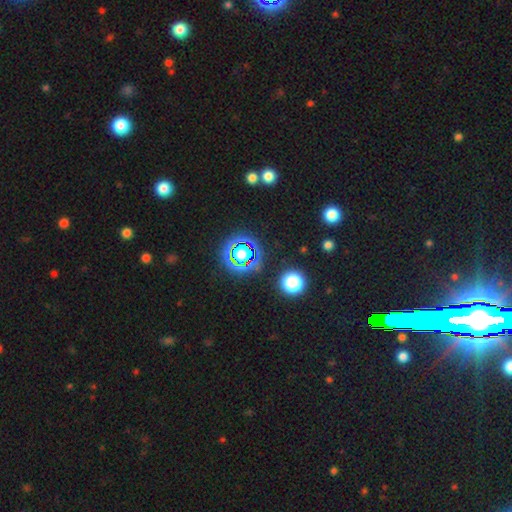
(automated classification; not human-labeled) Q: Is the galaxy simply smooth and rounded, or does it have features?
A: star or artifact — 79%.